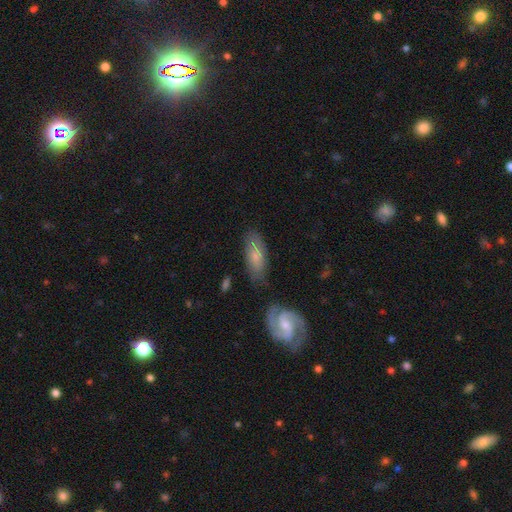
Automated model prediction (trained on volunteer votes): Smooth or featured?
  - smooth: 54% *
  - featured or disk: 39%
  - star or artifact: 7%
How rounded?
  - in between: 73% *
  - cigar-shaped: 24%
  - round: 3%
Merging?
  - none: 71% *
  - minor disturbance: 17%
  - merger: 7%
  - major disturbance: 5%